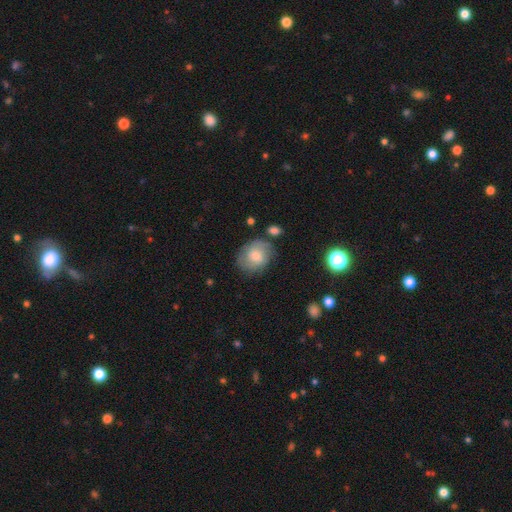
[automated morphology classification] This appears to be a smooth galaxy with no disk features (63%) that is round (59%). Merging: none (68%).